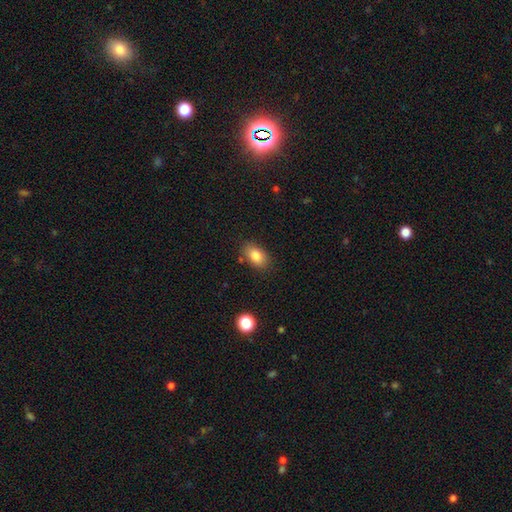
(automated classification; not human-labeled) Smooth or featured? Predicted: smooth (p=0.84). How rounded? Predicted: in between (p=0.88). Merging? Predicted: none (p=0.82).